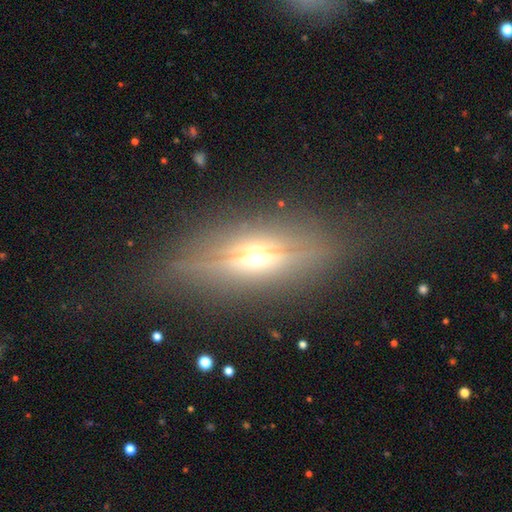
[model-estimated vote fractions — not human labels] smooth-or-featured: featured or disk: 68% | smooth: 21% | star or artifact: 11%
  disk-edge-on: yes: 86% | no: 14%
    edge-on-bulge: rounded: 93% | boxy: 4% | none: 3%
  merging: none: 80% | minor disturbance: 12% | major disturbance: 6% | merger: 2%